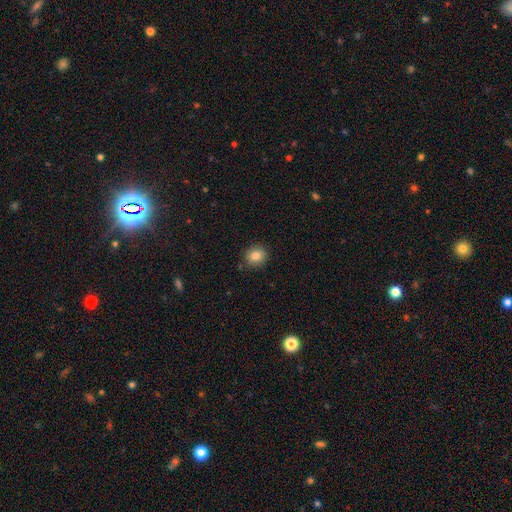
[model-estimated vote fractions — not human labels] Smooth or featured? Predicted: smooth (p=0.85). How rounded? Predicted: round (p=0.82). Merging? Predicted: none (p=0.88).